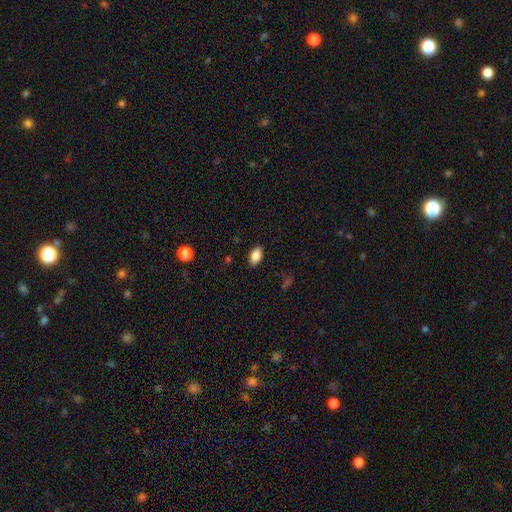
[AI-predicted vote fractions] This is clearly a smooth galaxy (84%). How rounded: clearly in between (91%). Merging: clearly none (88%).